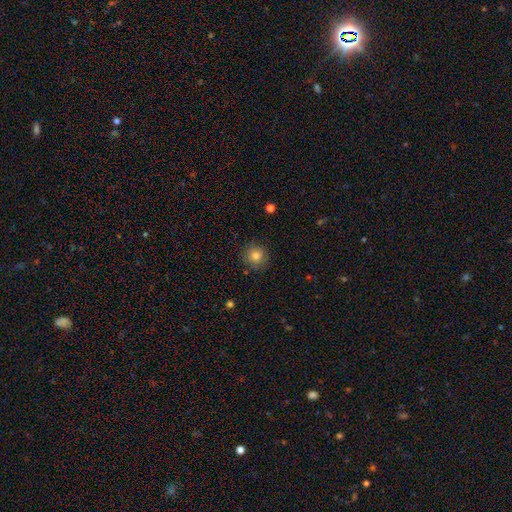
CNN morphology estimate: Smooth or featured?
  - smooth: 82% *
  - star or artifact: 11%
  - featured or disk: 7%
How rounded?
  - round: 92% *
  - in between: 7%
  - cigar-shaped: 1%
Merging?
  - none: 86% *
  - minor disturbance: 10%
  - major disturbance: 3%
  - merger: 1%